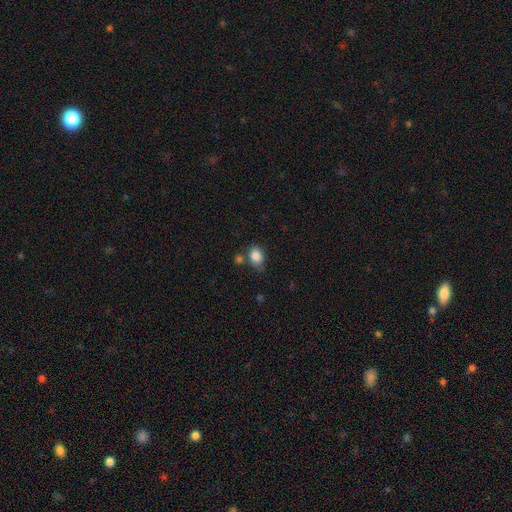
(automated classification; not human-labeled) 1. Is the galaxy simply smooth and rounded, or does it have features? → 85% smooth, 9% star or artifact, 6% featured or disk.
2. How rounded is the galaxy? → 65% in between, 34% round, 1% cigar-shaped.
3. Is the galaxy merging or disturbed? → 60% none, 21% minor disturbance, 13% merger, 6% major disturbance.